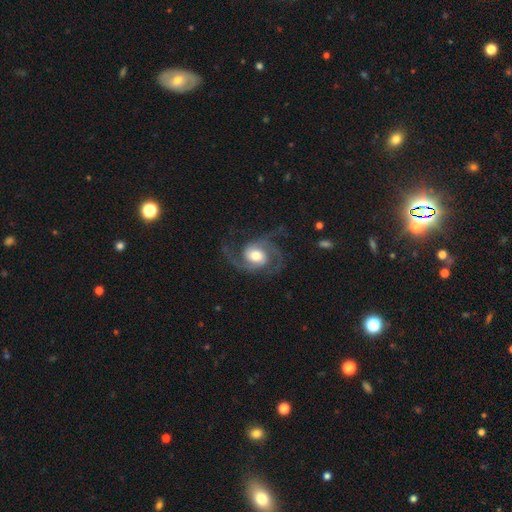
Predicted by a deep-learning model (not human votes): A featured or disk galaxy (89%) with no bar (61%), 2 (75%) medium (55%) spiral arms (98%) and a moderate central bulge (53%).

Vote fractions:
- Smooth or featured? featured or disk: 89% / smooth: 6% / star or artifact: 4%
- Edge-on disk? no: 98% / yes: 2%
- Bar? no: 61% / weak: 32% / strong: 8%
- Spiral arms? yes: 98% / no: 2%
- Spiral winding? medium: 55% / loose: 24% / tight: 21%
- Spiral arm count? 2: 75% / 3: 13% / can't tell: 4% / 1: 3% / 4: 3% / more than 4: 2%
- Bulge size? moderate: 53% / large: 37% / small: 5% / dominant: 3% / none: 1%
- Merging? none: 70% / minor disturbance: 15% / major disturbance: 13% / merger: 1%